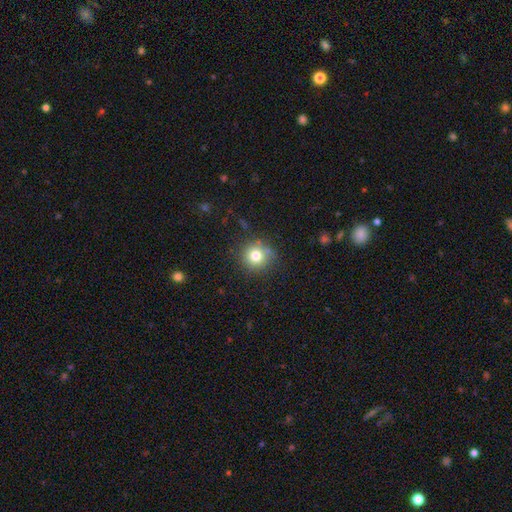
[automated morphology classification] The model was most divided on "smooth or featured": smooth: 78%, star or artifact: 13%, featured or disk: 9%. More confident: how rounded — round (92%); merging — none (81%).